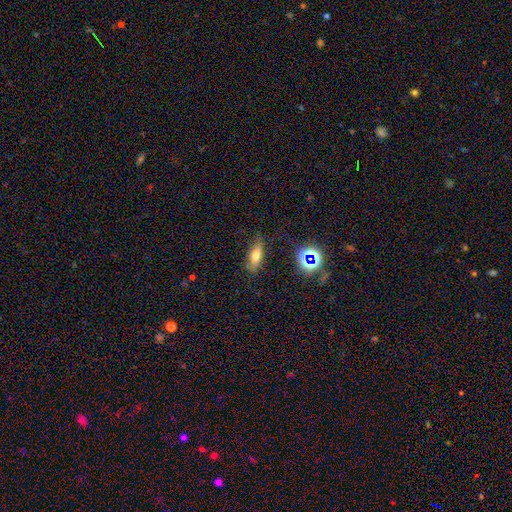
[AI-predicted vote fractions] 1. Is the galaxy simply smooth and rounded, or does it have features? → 62% smooth, 23% featured or disk, 14% star or artifact.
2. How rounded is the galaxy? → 58% in between, 36% cigar-shaped, 5% round.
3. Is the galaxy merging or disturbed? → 75% none, 18% minor disturbance, 5% major disturbance, 2% merger.